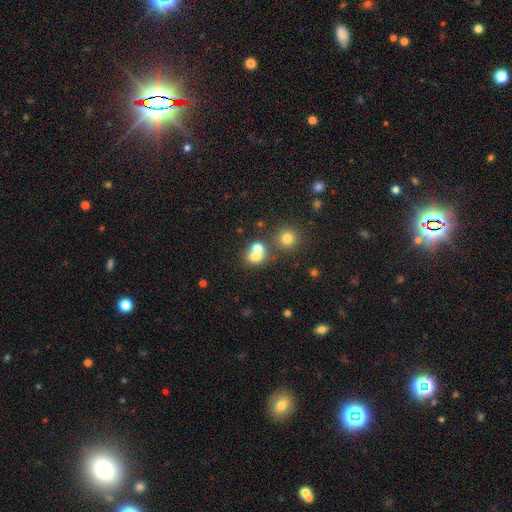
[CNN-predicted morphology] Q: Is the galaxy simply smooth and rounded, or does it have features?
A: smooth — 70%.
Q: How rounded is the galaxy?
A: round — 71%.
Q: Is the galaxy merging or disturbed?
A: merger — 50%.